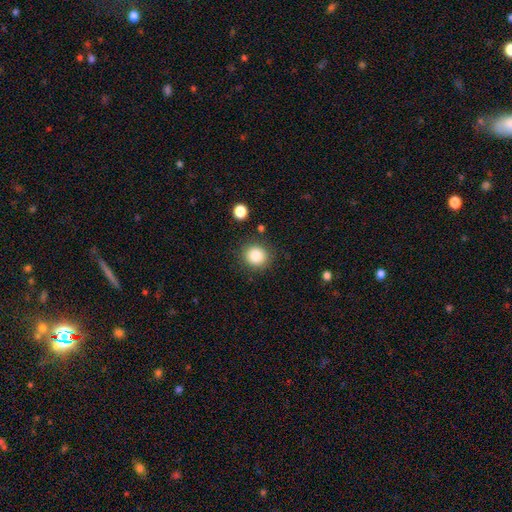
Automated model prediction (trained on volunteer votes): smooth-or-featured: smooth: 84% | star or artifact: 10% | featured or disk: 6%
  how-rounded: round: 86% | in between: 13% | cigar-shaped: 1%
  merging: none: 86% | minor disturbance: 8% | major disturbance: 3% | merger: 2%